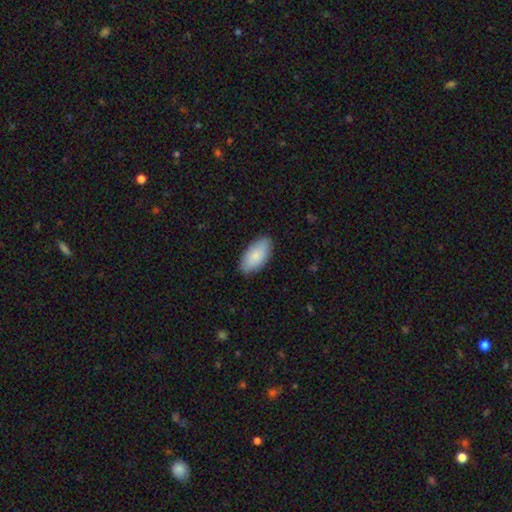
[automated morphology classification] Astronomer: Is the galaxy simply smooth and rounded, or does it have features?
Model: smooth — 84%.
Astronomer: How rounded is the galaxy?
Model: in between — 94%.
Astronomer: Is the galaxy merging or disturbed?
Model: none — 86%.